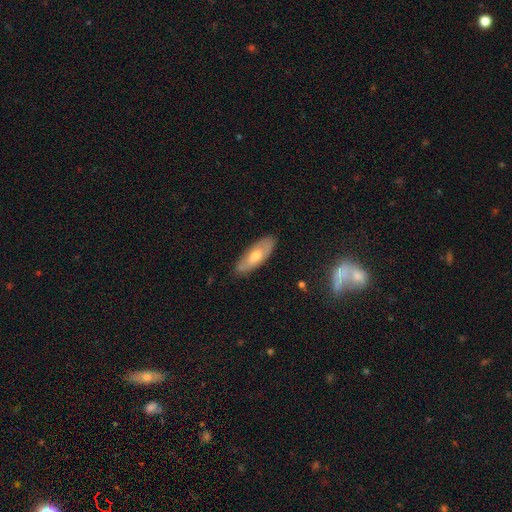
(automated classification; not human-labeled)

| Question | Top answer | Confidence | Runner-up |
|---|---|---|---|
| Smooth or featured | featured or disk | 48% | smooth (46%) |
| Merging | none | 81% | minor disturbance (14%) |